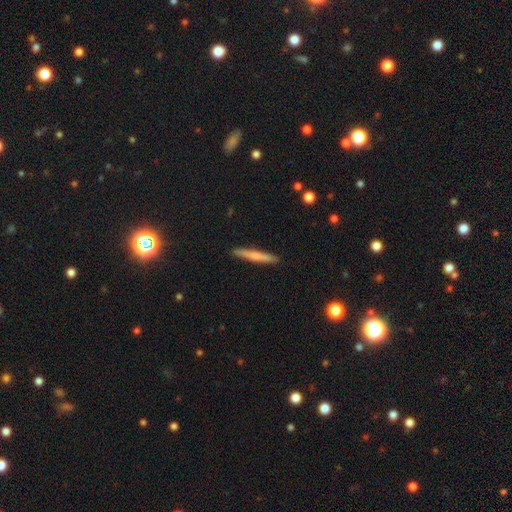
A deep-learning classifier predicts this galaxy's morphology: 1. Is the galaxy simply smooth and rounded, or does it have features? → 60% smooth, 34% featured or disk, 6% star or artifact.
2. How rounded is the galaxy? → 95% cigar-shaped, 3% in between, 1% round.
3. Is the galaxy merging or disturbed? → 91% none, 7% minor disturbance, 1% major disturbance, 1% merger.